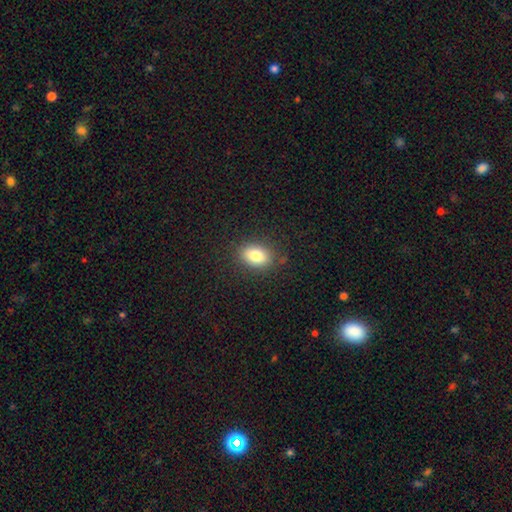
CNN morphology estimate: The model was most divided on "how rounded": in between: 80%, round: 19%, cigar-shaped: 2%. More confident: merging — none (85%); smooth or featured — smooth (80%).